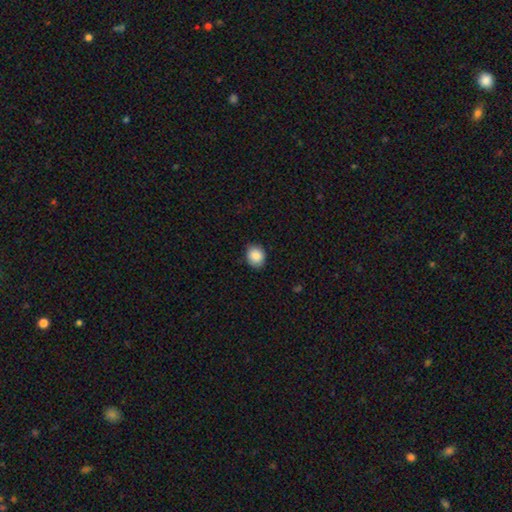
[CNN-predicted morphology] Smooth or featured: smooth — 88% (star or artifact — 8%)
How rounded: round — 65% (in between — 35%)
Merging: none — 80% (minor disturbance — 16%)